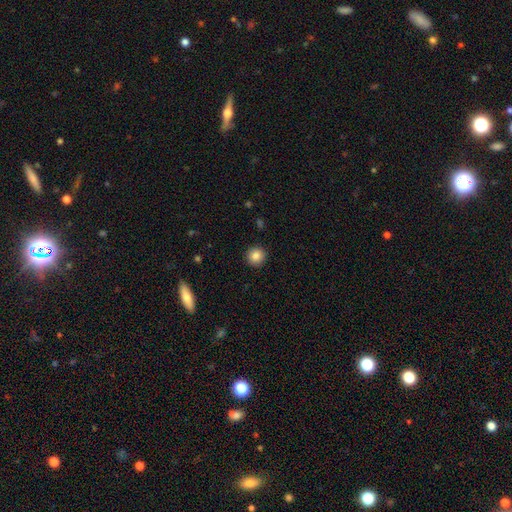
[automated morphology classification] The model was most divided on "smooth or featured": smooth: 86%, star or artifact: 9%, featured or disk: 5%. More confident: how rounded — round (94%); merging — none (92%).